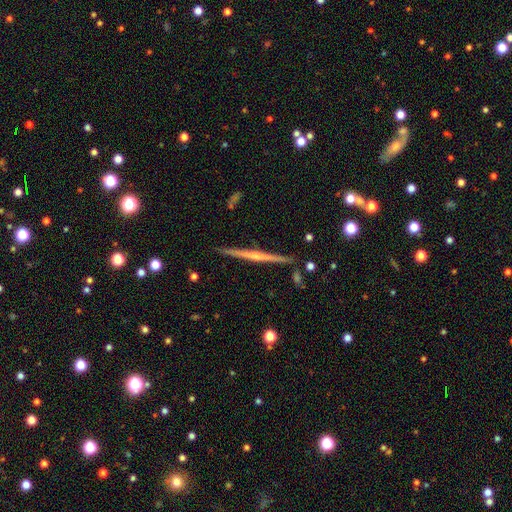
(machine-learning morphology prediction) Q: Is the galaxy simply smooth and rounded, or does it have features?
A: featured or disk — 73%.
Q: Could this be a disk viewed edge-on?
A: yes — 97%.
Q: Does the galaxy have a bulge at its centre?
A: rounded — 65%.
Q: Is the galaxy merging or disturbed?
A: none — 88%.